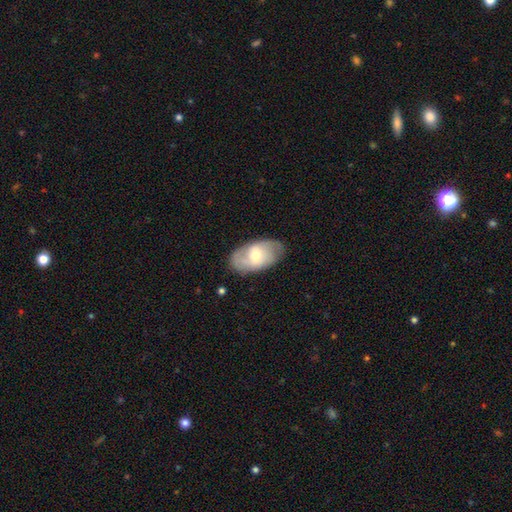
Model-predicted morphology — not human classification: Smooth or featured? Predicted: smooth (p=0.47, tied with featured or disk). Merging? Predicted: none (p=0.77).